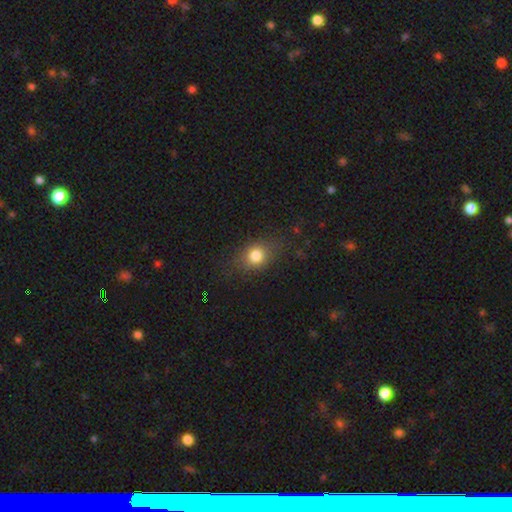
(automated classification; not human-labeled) Smooth or featured: smooth — 79% (star or artifact — 12%)
How rounded: round — 55% (in between — 43%)
Merging: none — 77% (minor disturbance — 16%)